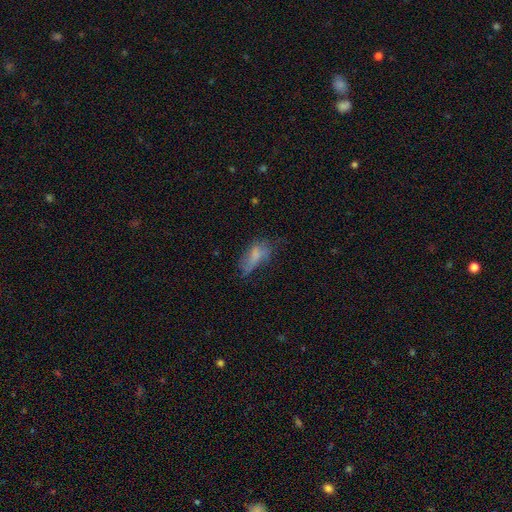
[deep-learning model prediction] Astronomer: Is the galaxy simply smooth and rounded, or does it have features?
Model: smooth — 64%.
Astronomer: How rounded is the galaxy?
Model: in between — 83%.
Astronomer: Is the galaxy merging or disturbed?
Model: none — 34% (runner-up: minor disturbance, 32%).